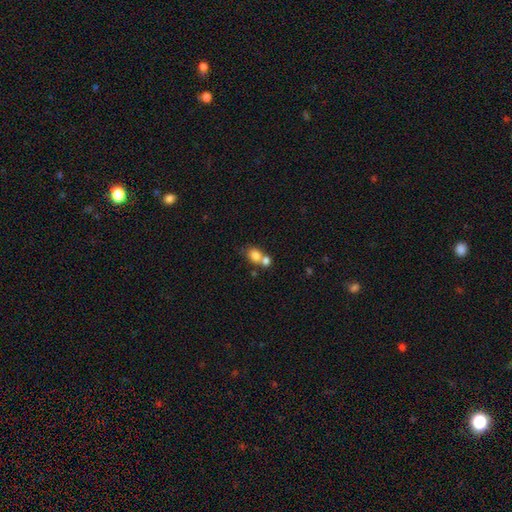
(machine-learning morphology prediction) Smooth or featured?
  - smooth: 79% *
  - featured or disk: 11%
  - star or artifact: 10%
How rounded?
  - round: 53% *
  - in between: 46%
  - cigar-shaped: 1%
Merging?
  - merger: 54% *
  - none: 34%
  - minor disturbance: 8%
  - major disturbance: 4%